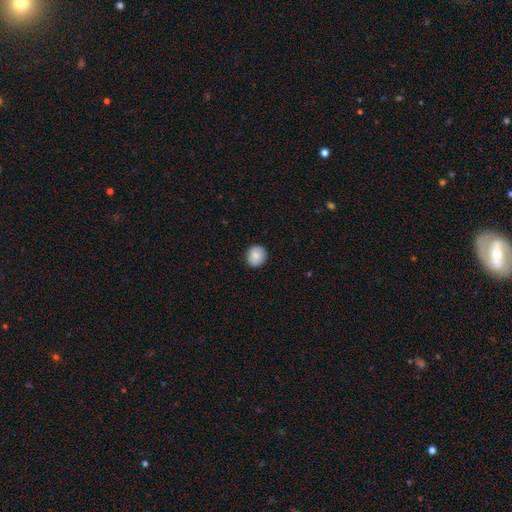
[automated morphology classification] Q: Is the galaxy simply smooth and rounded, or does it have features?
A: smooth — 84%.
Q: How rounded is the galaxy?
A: round — 85%.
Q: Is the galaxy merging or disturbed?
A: none — 88%.